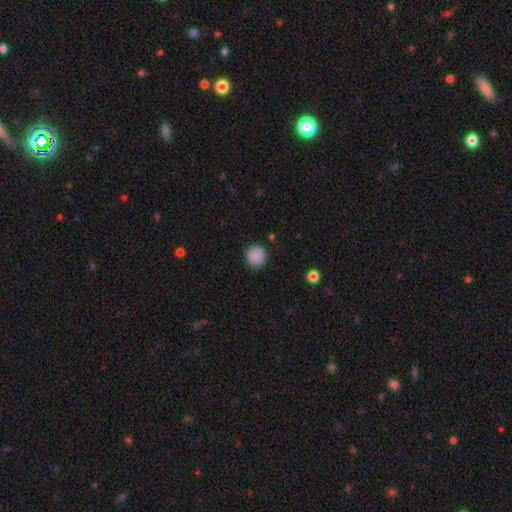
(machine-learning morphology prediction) type=smooth (88%); roundness=round (88%); merging=none (88%).